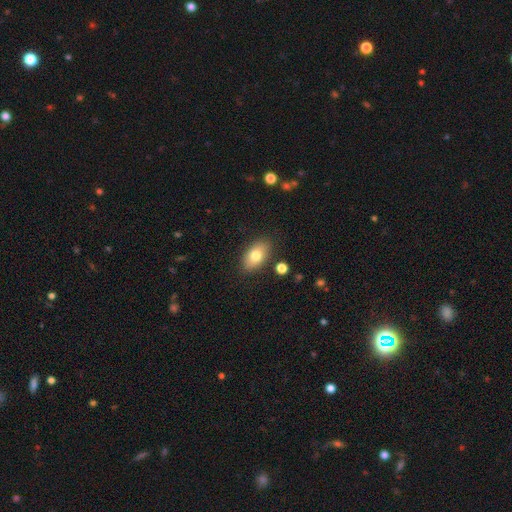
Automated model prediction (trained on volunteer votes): smooth 77%, featured or disk 15%, star or artifact 8%. Down the decision tree: how rounded — in between (90%); merging — none (84%).